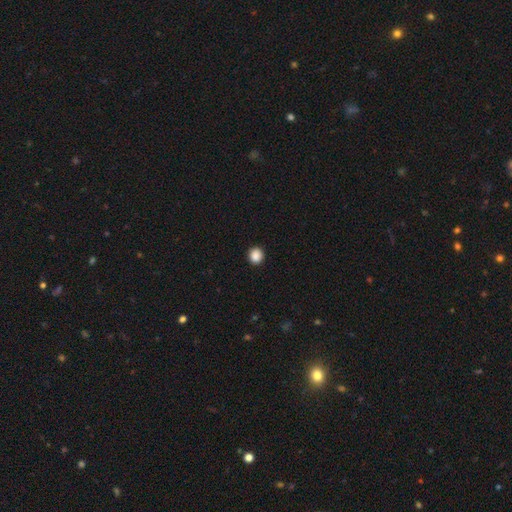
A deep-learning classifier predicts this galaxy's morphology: This appears to be a smooth galaxy with no disk features (88%) that is round (89%). Merging: none (92%).